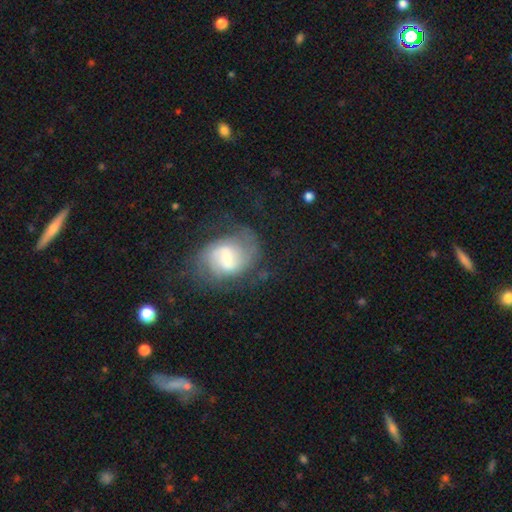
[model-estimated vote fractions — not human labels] A featured or disk galaxy (58%) with no bar (59%), spiral arms (82%) and a moderate central bulge (44%). Merging: none (66%).